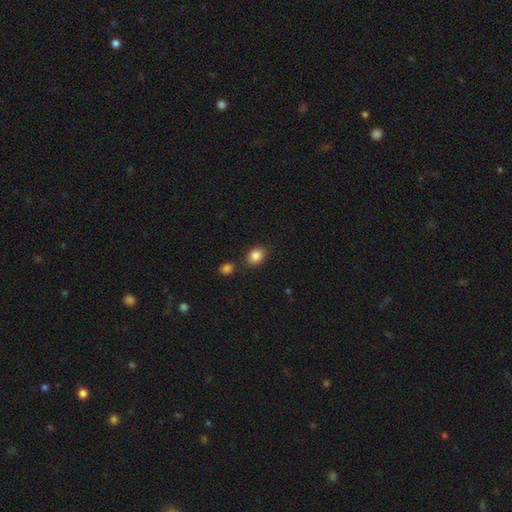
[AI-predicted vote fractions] This is clearly a smooth galaxy (85%). How rounded: likely in between (66%). Merging: likely none (77%).